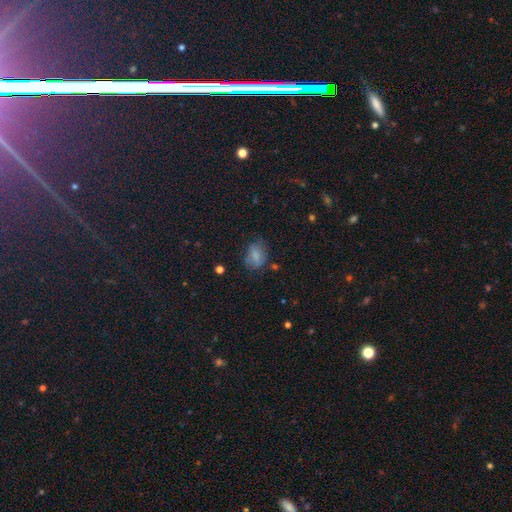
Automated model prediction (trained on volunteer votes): smooth 74%, featured or disk 15%, star or artifact 11%. Down the decision tree: how rounded — in between (75%); merging — none (58%).